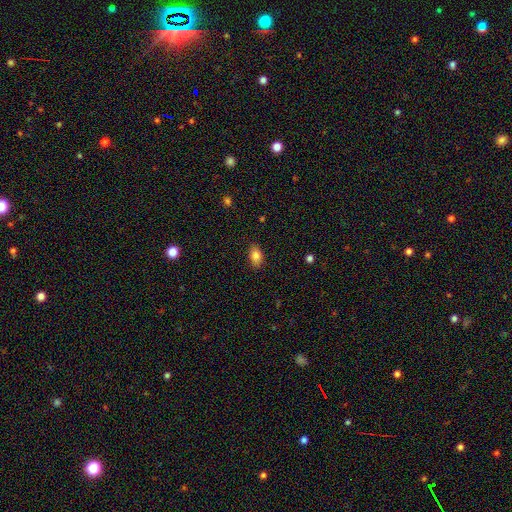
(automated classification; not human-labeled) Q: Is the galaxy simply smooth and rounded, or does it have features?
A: smooth — 83%.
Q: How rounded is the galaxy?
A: in between — 88%.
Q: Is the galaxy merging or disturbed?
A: none — 85%.